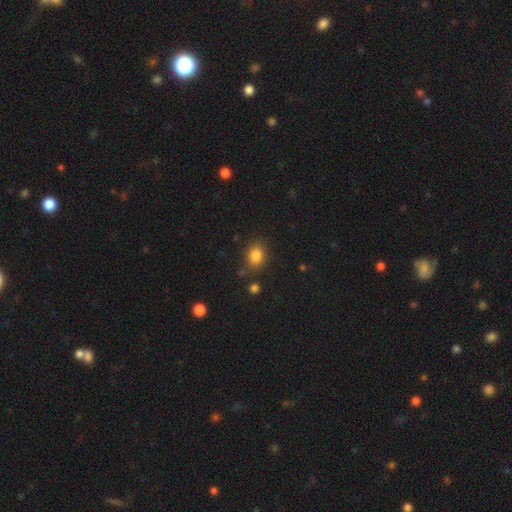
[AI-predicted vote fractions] Overall: smooth (83%). How rounded: round (56%; in between 43%). Merging: none (79%).